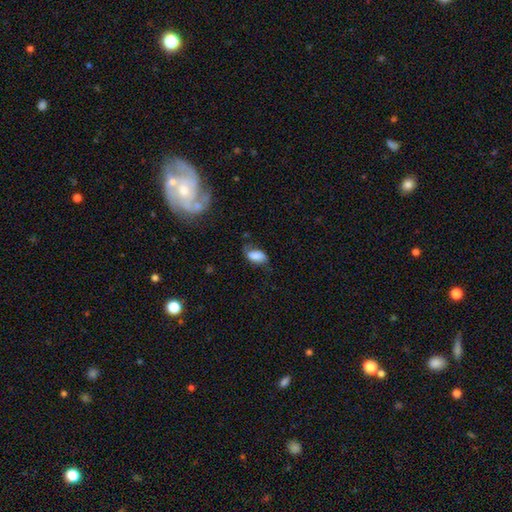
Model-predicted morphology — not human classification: The model was most divided on "merging": none: 48%, minor disturbance: 33%, major disturbance: 16%, merger: 3%. More confident: how rounded — in between (91%); smooth or featured — smooth (75%).